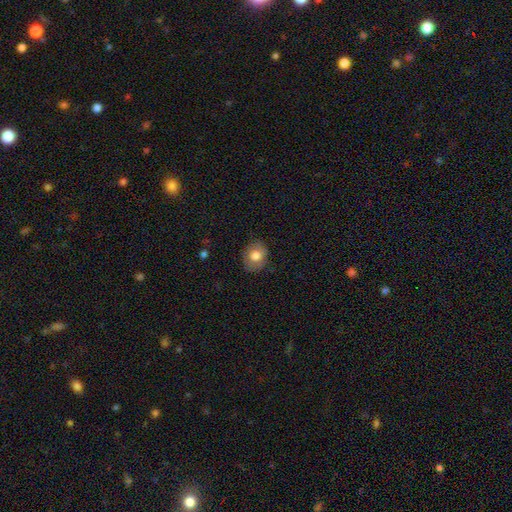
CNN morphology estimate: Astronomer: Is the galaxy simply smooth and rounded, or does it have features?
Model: smooth — 77%.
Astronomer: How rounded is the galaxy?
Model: round — 57% (runner-up: in between, 42%).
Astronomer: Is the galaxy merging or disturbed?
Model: none — 78%.